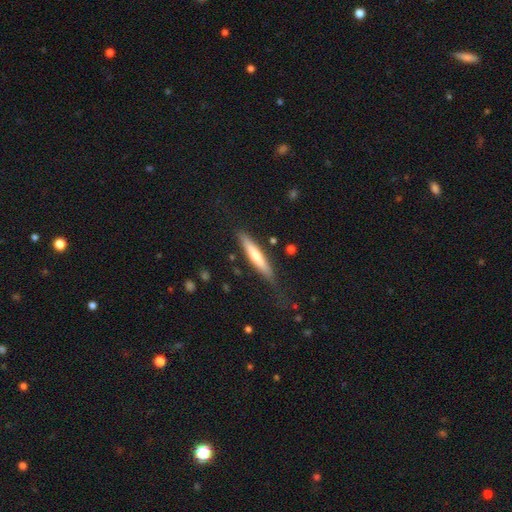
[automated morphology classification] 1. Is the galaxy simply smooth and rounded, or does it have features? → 59% smooth, 36% featured or disk, 5% star or artifact.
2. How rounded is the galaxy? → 91% cigar-shaped, 7% in between, 1% round.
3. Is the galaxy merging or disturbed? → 77% none, 17% minor disturbance, 4% major disturbance, 2% merger.